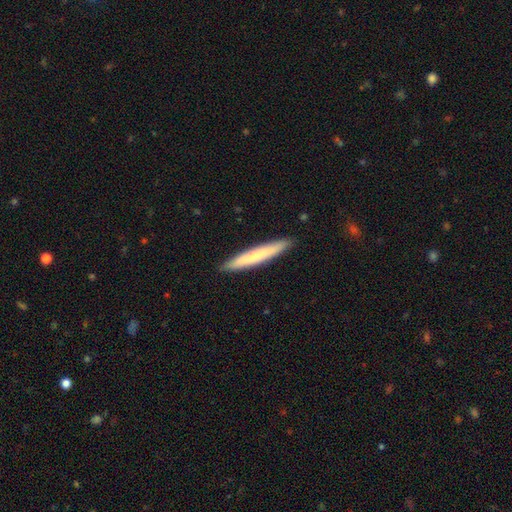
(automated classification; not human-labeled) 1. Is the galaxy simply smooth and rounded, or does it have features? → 61% smooth, 32% featured or disk, 7% star or artifact.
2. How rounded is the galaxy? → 96% cigar-shaped, 3% in between, 1% round.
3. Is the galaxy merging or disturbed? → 91% none, 7% minor disturbance, 1% major disturbance, 1% merger.